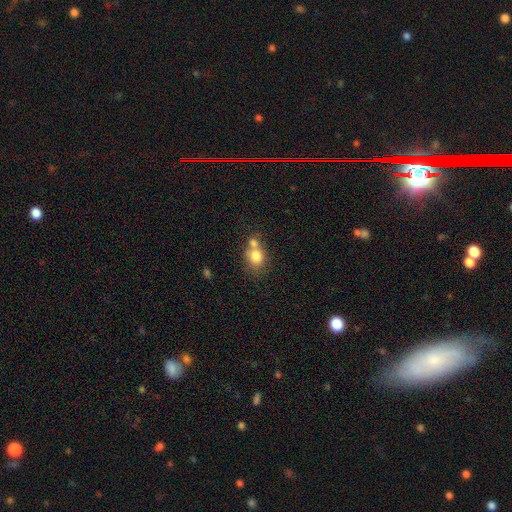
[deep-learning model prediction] This is likely a smooth galaxy (76%). How rounded: possibly round (59%). Merging: possibly merger (48%).